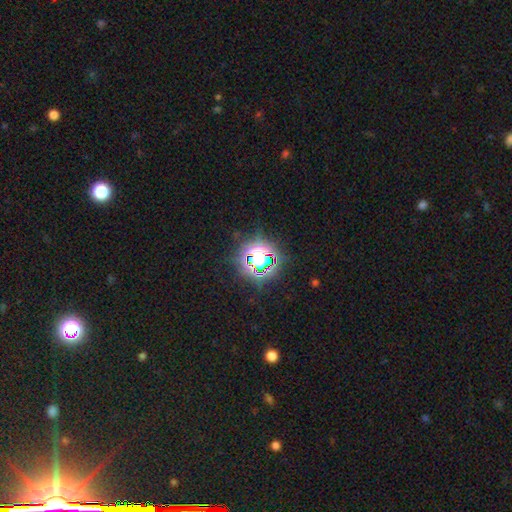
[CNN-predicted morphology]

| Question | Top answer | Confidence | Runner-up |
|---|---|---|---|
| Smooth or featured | star or artifact | 72% | smooth (18%) |